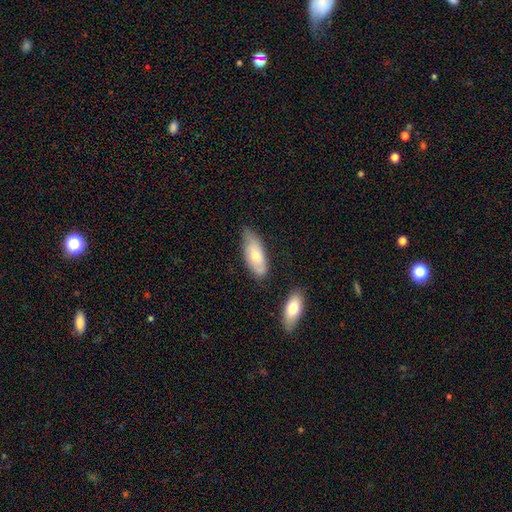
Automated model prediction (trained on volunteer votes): Overall: smooth (65%; featured or disk 29%). How rounded: in between (81%). Merging: none (58%; minor disturbance 31%).